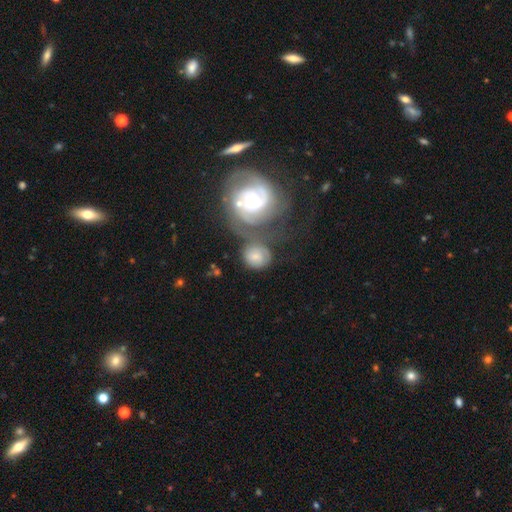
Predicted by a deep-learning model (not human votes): Overall: featured or disk (47%; smooth 44%). Merging: none (39%; merger 35%).